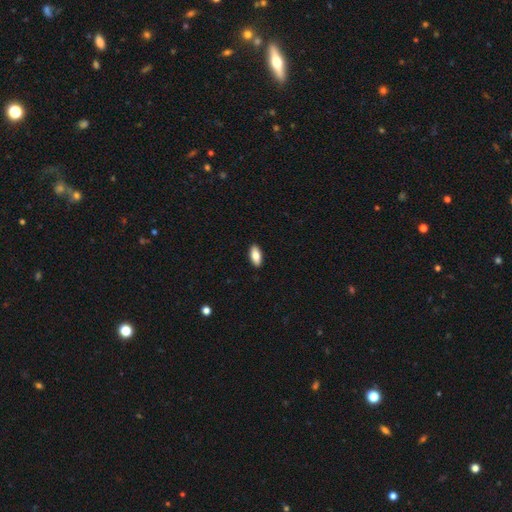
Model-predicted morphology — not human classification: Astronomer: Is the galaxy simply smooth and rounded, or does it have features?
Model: smooth — 82%.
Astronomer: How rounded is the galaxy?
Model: in between — 87%.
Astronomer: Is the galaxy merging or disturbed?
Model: none — 90%.